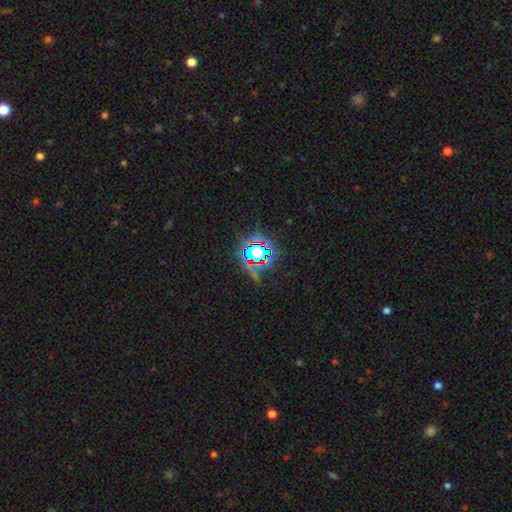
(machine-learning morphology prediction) Smooth or featured? Predicted: star or artifact (p=0.72).